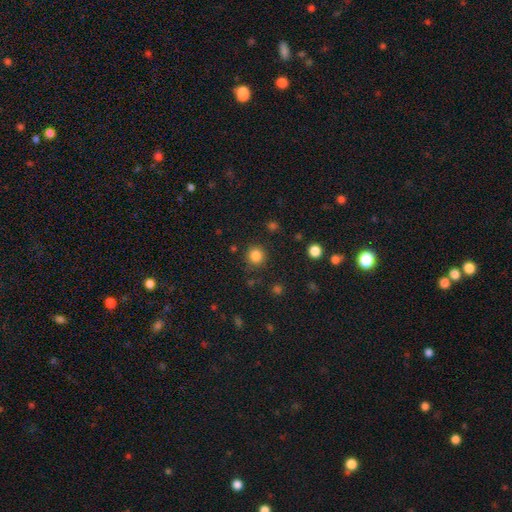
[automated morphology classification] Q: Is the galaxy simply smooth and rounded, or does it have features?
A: smooth — 84%.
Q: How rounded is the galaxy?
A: round — 93%.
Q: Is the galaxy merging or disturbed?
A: none — 88%.